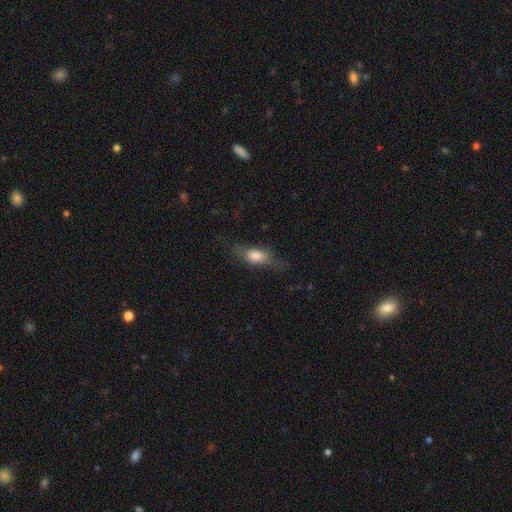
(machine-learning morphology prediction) This appears to be a smooth galaxy with no disk features (66%) that is in between round and cigar-shaped (69%). Merging: none (58%).